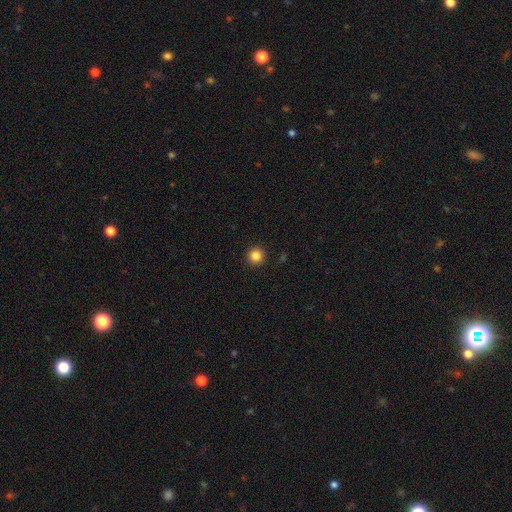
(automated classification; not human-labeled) Overall: smooth (85%). How rounded: round (95%). Merging: none (93%).